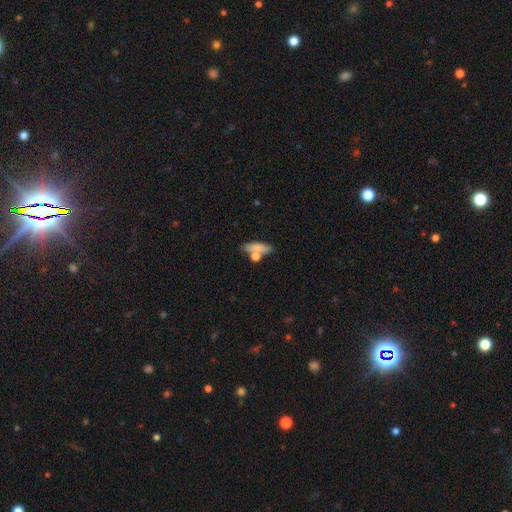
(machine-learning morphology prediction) Overall: smooth (57%; featured or disk 28%). How rounded: in between (46%; cigar-shaped 43%). Merging: none (61%).